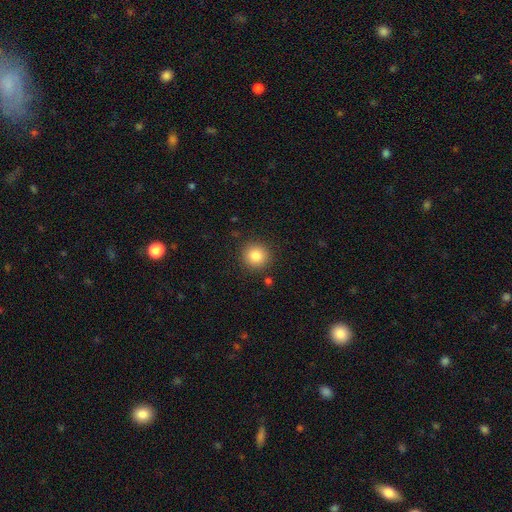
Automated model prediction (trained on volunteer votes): This is clearly a smooth galaxy (85%). How rounded: clearly round (93%). Merging: clearly none (89%).